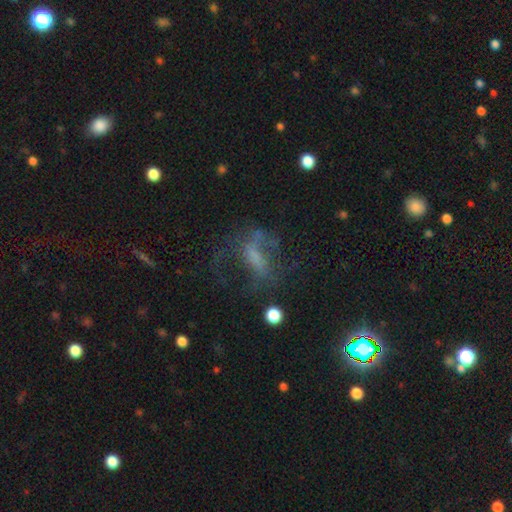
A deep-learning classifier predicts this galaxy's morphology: The model was most divided on "merging": none: 41%, major disturbance: 36%, minor disturbance: 18%, merger: 5%. Remaining: smooth or featured — featured or disk (47%).